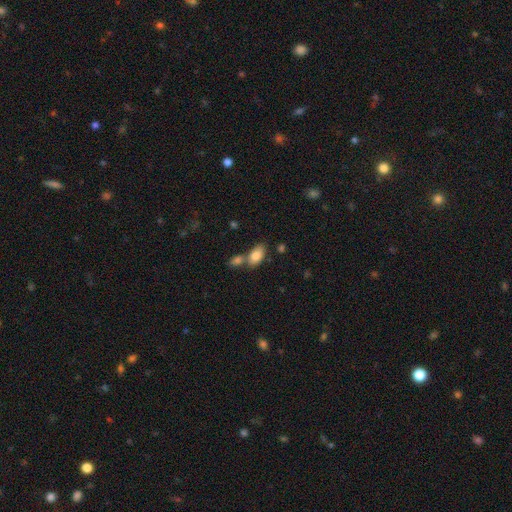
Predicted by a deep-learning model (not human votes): This appears to be a smooth galaxy with no disk features (83%) that is in between round and cigar-shaped (92%). Merging: none (48%).